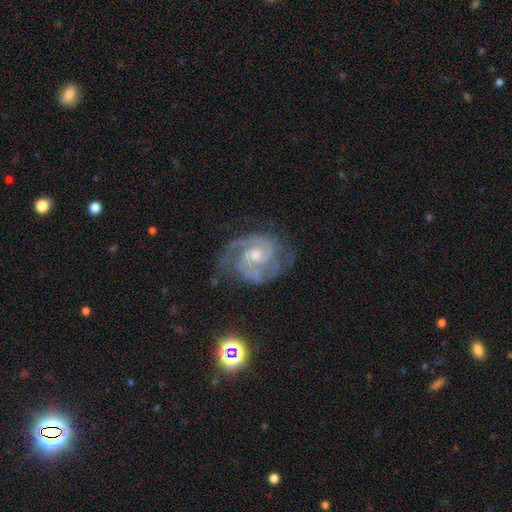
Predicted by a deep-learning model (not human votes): Smooth or featured? Predicted: featured or disk (p=0.89). Edge-on disk? Predicted: no (p=0.98). Bar? Predicted: no (p=0.57). Spiral arms? Predicted: yes (p=0.97). Spiral winding? Predicted: medium (p=0.46, tied with tight). Spiral arm count? Predicted: 2 (p=0.71). Bulge size? Predicted: moderate (p=0.55). Merging? Predicted: none (p=0.70).